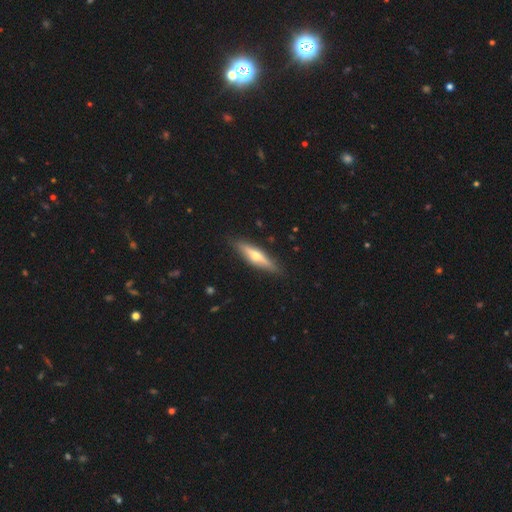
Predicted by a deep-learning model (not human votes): Smooth or featured?
  - featured or disk: 63% *
  - smooth: 31%
  - star or artifact: 6%
Edge-on disk?
  - yes: 94% *
  - no: 6%
Edge-on bulge?
  - rounded: 90% *
  - none: 6%
  - boxy: 4%
Merging?
  - none: 89% *
  - minor disturbance: 8%
  - major disturbance: 2%
  - merger: 1%